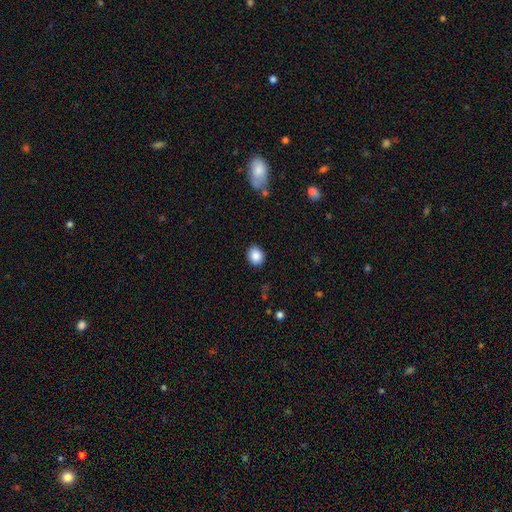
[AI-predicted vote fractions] Smooth or featured? Predicted: smooth (p=0.88). How rounded? Predicted: round (p=0.64). Merging? Predicted: none (p=0.89).